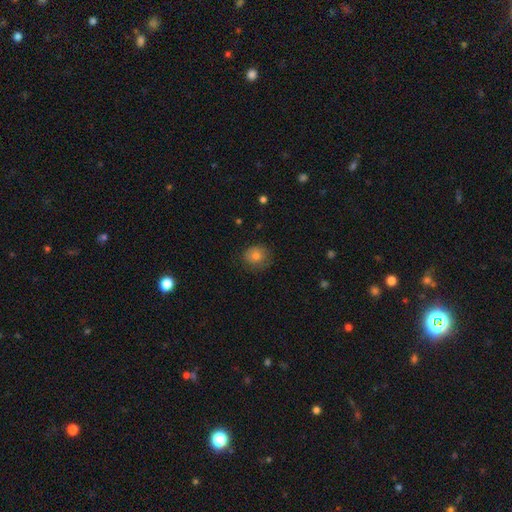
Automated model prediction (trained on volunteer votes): A smooth galaxy with no disk features (76%) that is round (80%). Merging: none (76%).